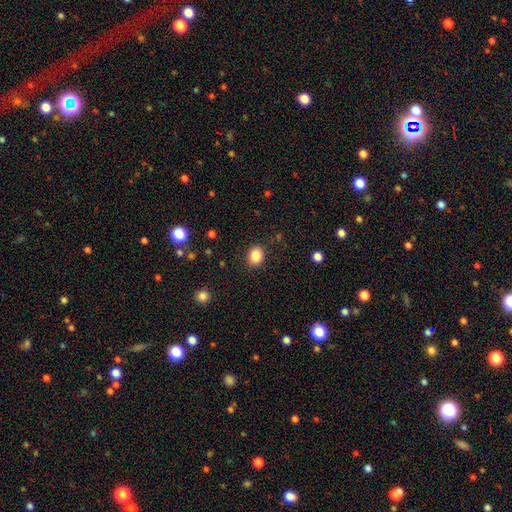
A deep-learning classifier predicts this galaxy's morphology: smooth_or_featured: smooth (p=0.85) [alt: star or artifact p=0.10]
how_rounded: round (p=0.50) [alt: in between p=0.49]
merging: none (p=0.88) [alt: minor disturbance p=0.08]